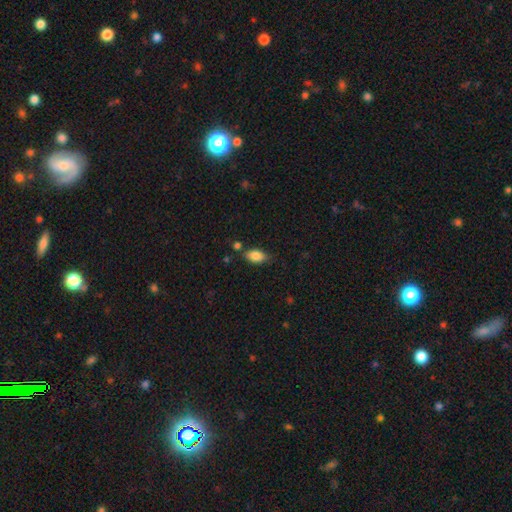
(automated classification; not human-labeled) Overall: smooth (85%). How rounded: in between (90%). Merging: none (73%).